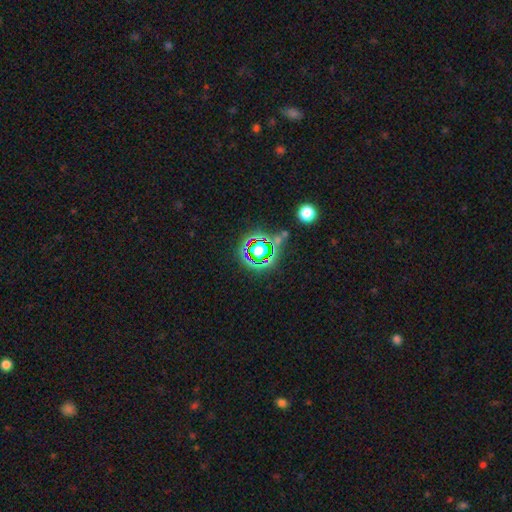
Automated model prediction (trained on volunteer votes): Smooth or featured? star or artifact (72%)